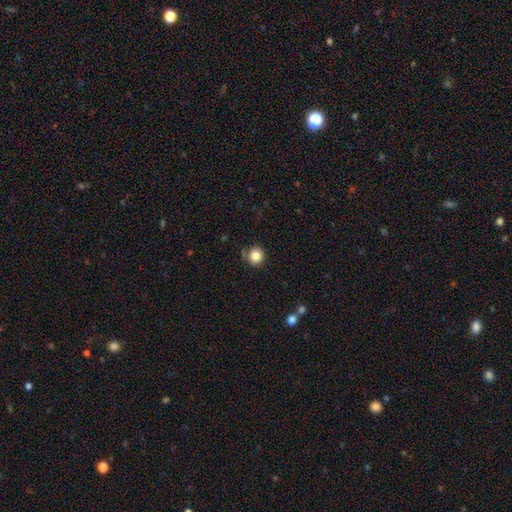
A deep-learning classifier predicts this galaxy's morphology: Smooth or featured? smooth (84%)
How rounded? round (89%)
Merging? none (80%)